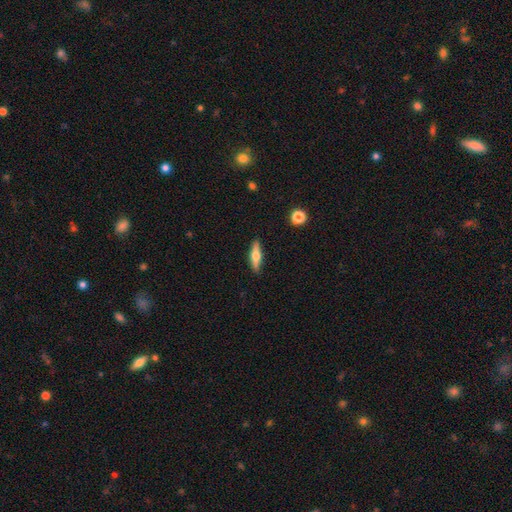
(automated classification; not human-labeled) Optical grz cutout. It shows a featured or disk galaxy (49%). Merging: none (88%).